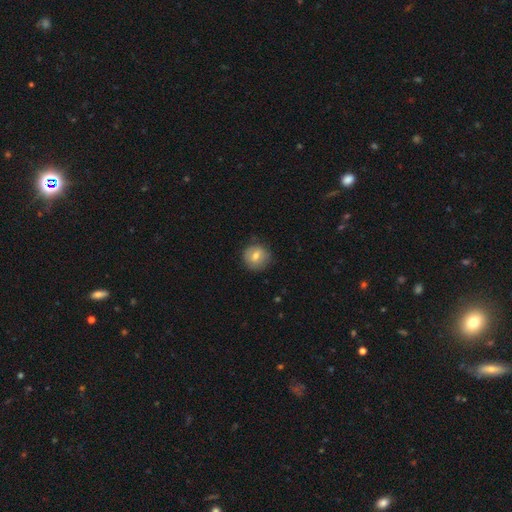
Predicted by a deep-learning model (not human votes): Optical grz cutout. It shows a smooth galaxy with no disk features (70%) that is round (90%). Merging: none (83%).